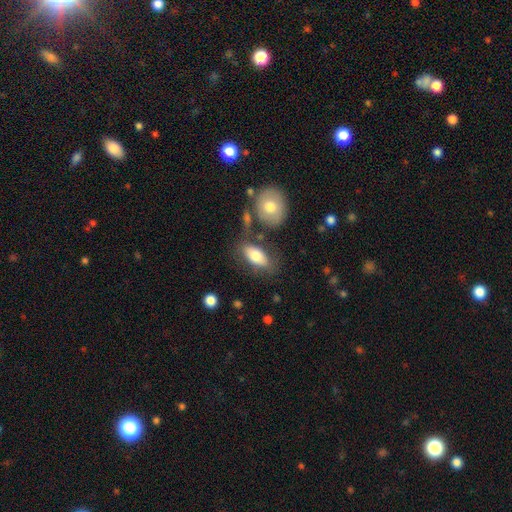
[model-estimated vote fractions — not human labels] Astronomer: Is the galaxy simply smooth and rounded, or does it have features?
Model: smooth — 77%.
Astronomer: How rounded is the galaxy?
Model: in between — 89%.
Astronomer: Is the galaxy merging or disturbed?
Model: none — 65%.